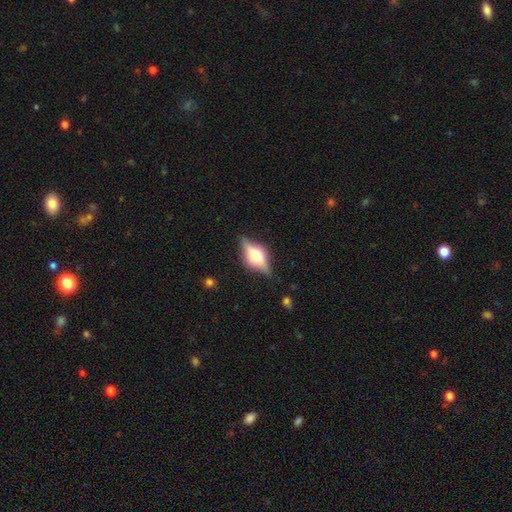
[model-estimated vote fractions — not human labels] Morphology: type=featured or disk (62%); edge-on=yes (91%); edge-on bulge=rounded (85%); merging=none (77%).